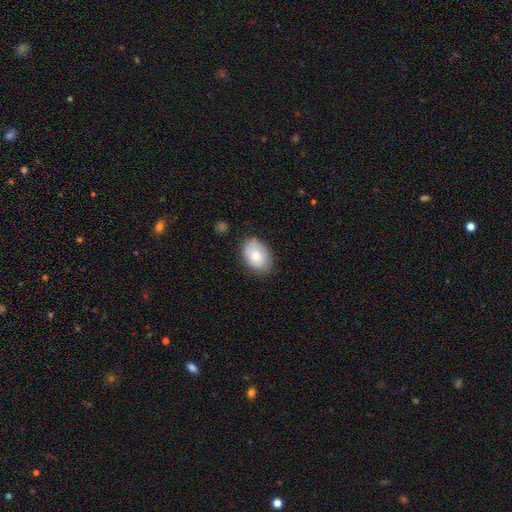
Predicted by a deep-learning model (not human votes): Smooth or featured: smooth — 76% (featured or disk — 17%)
How rounded: in between — 82% (round — 17%)
Merging: none — 78% (minor disturbance — 17%)